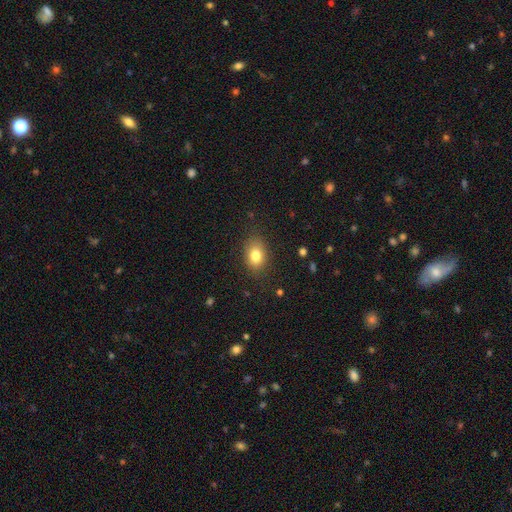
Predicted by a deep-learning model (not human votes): This is clearly a smooth galaxy (81%). How rounded: likely in between (71%). Merging: clearly none (84%).